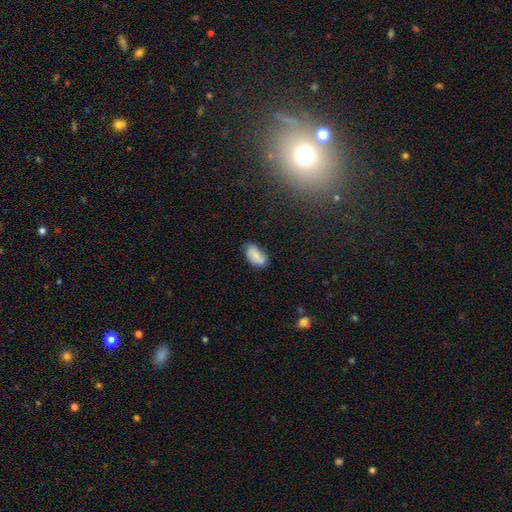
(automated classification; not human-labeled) This is likely a smooth galaxy (73%). How rounded: clearly in between (92%). Merging: likely none (62%).